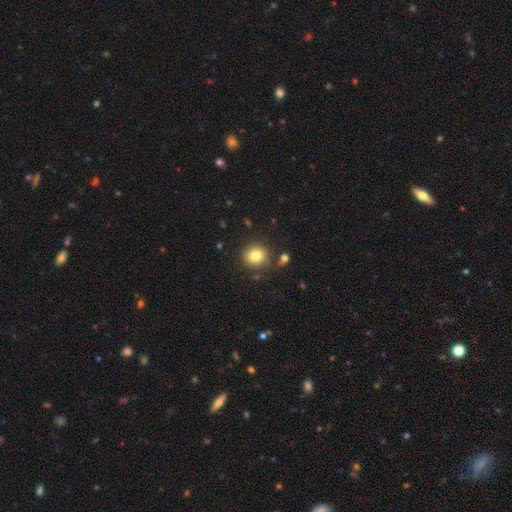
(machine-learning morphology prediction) Smooth or featured? Predicted: smooth (p=0.80). How rounded? Predicted: round (p=0.85). Merging? Predicted: none (p=0.83).